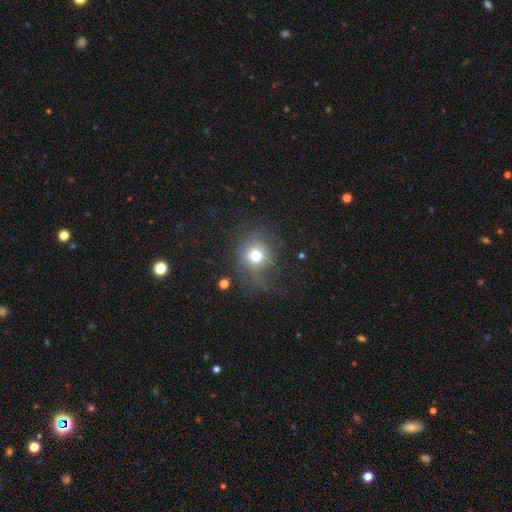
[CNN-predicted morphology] smooth_or_featured: smooth (p=0.67) [alt: featured or disk p=0.18]
how_rounded: round (p=0.84) [alt: in between p=0.15]
merging: none (p=0.49) [alt: major disturbance p=0.26]